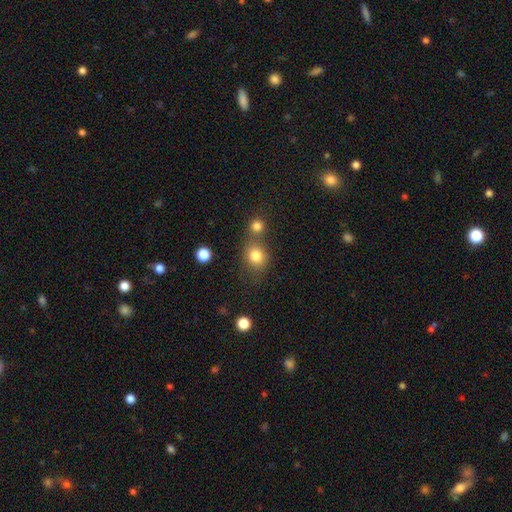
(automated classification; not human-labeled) A smooth galaxy with no disk features (81%) that is round (76%). Merging: none (53%).